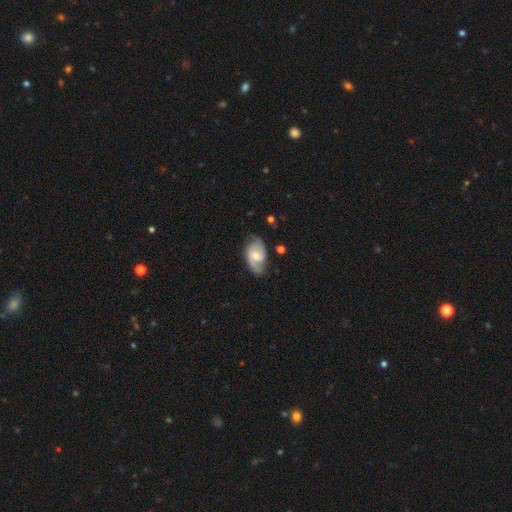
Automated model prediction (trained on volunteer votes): smooth_or_featured: featured or disk (p=0.71) [alt: smooth p=0.23]
disk_edge_on: no (p=0.96) [alt: yes p=0.04]
bar: no (p=0.54) [alt: weak p=0.39]
has_spiral_arms: yes (p=0.92) [alt: no p=0.08]
spiral_winding: medium (p=0.47) [alt: tight p=0.28]
spiral_arm_count: 2 (p=0.83) [alt: can't tell p=0.09]
bulge_size: small (p=0.46) [alt: moderate p=0.44]
merging: none (p=0.71) [alt: minor disturbance p=0.21]